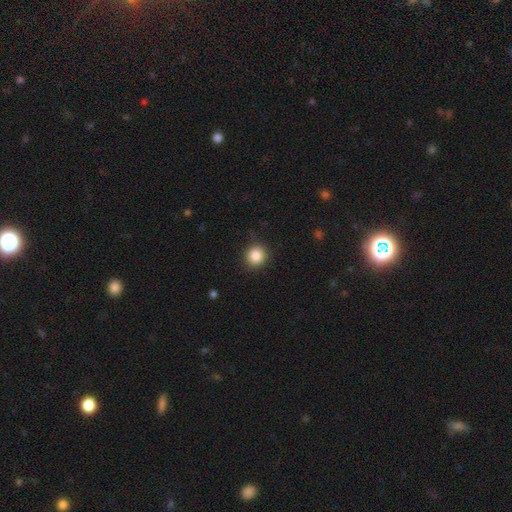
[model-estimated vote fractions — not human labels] Morphology: type=smooth (86%); roundness=round (90%); merging=none (88%).